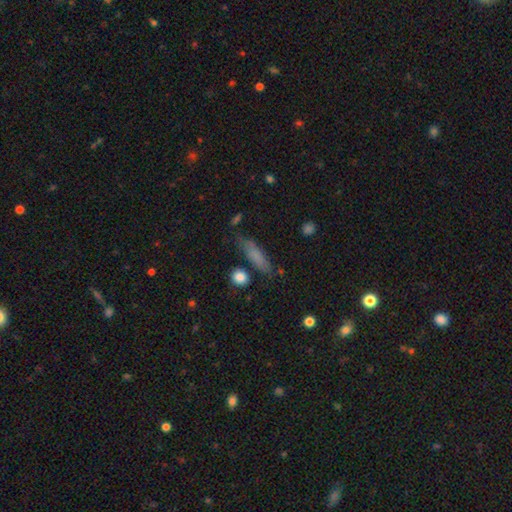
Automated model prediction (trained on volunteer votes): The model was most divided on "how rounded": cigar-shaped: 73%, in between: 23%, round: 4%. More confident: merging — none (76%); smooth or featured — smooth (75%).